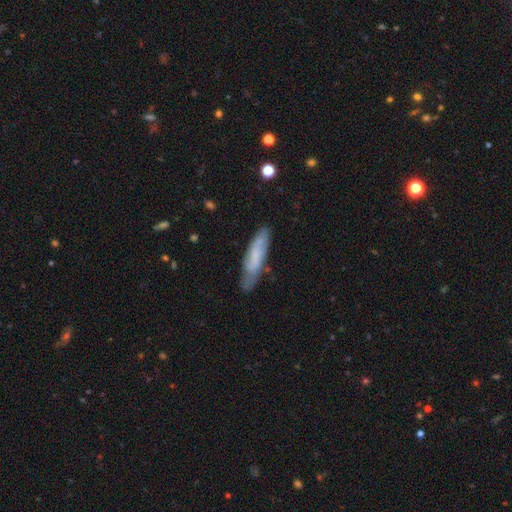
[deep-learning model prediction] Smooth or featured? Predicted: smooth (p=0.54). How rounded? Predicted: cigar-shaped (p=0.72). Merging? Predicted: none (p=0.71).